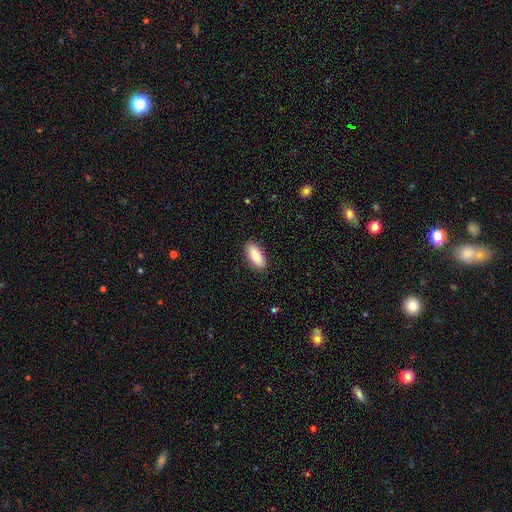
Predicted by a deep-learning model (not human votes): smooth 90%, star or artifact 6%, featured or disk 4%. Down the decision tree: how rounded — in between (87%); merging — none (88%).